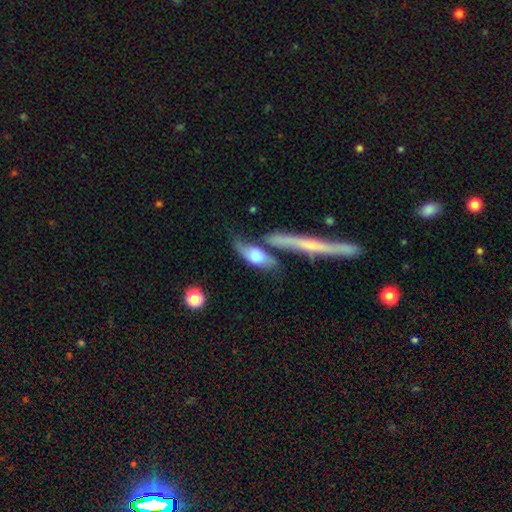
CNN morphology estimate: smooth 50%, featured or disk 44%, star or artifact 7%. Down the decision tree: merging — none (37%).